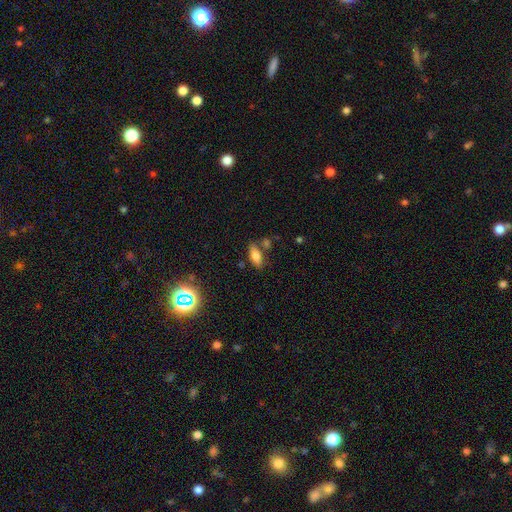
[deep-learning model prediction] smooth 75%, featured or disk 14%, star or artifact 11%. Down the decision tree: how rounded — in between (82%); merging — none (68%).